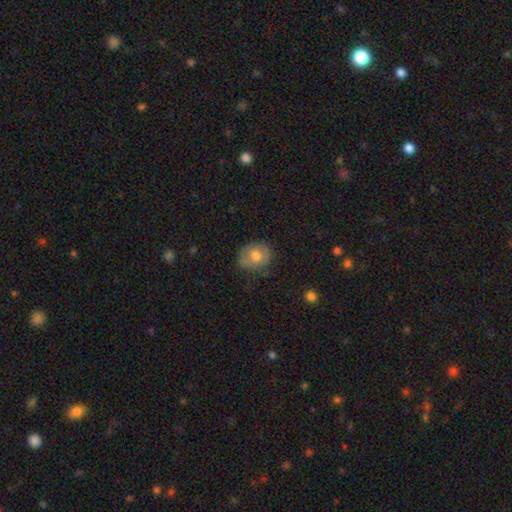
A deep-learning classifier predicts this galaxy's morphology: Smooth or featured? smooth (64%)
How rounded? round (60%)
Merging? none (75%)